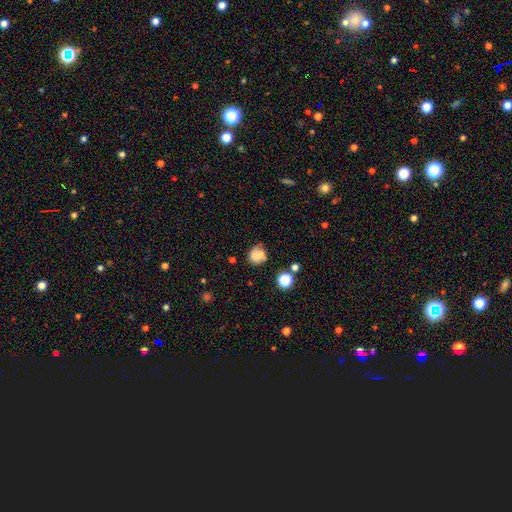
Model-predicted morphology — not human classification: The model was most divided on "merging": none: 54%, merger: 20%, minor disturbance: 19%, major disturbance: 7%. More confident: how rounded — round (78%); smooth or featured — smooth (74%).